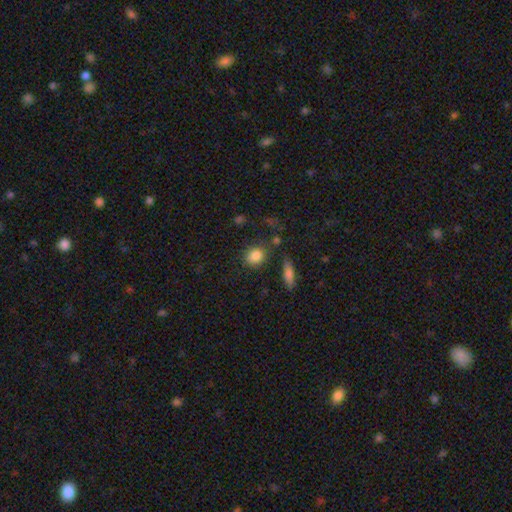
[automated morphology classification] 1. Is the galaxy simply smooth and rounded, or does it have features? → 84% smooth, 9% star or artifact, 7% featured or disk.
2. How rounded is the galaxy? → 59% round, 38% in between, 2% cigar-shaped.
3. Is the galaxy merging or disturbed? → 77% none, 13% minor disturbance, 6% merger, 4% major disturbance.